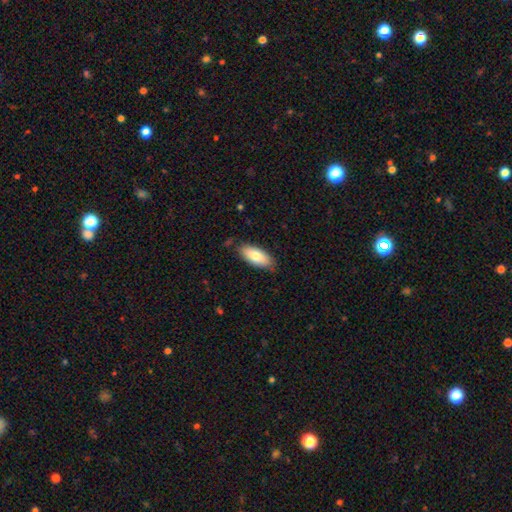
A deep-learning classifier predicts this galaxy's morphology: A smooth galaxy with no disk features (77%) that is in between round and cigar-shaped (84%).

Vote fractions:
- Smooth or featured? smooth: 77% / featured or disk: 17% / star or artifact: 6%
- How rounded? in between: 84% / cigar-shaped: 13% / round: 2%
- Merging? none: 81% / minor disturbance: 15% / major disturbance: 3% / merger: 2%